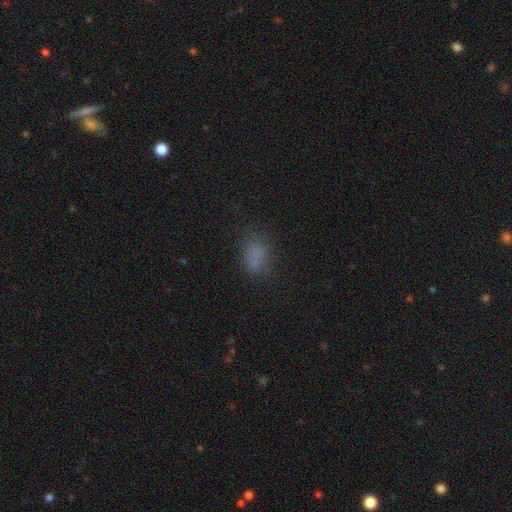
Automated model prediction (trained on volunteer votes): Smooth or featured? Predicted: smooth (p=0.73). How rounded? Predicted: in between (p=0.80). Merging? Predicted: none (p=0.64).